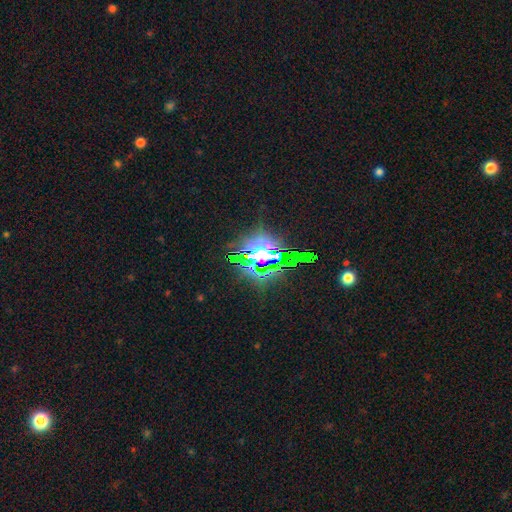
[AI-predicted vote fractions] A star or artifact, not a galaxy (73%).

Vote fractions:
- Smooth or featured? star or artifact: 73% / featured or disk: 13% / smooth: 13%